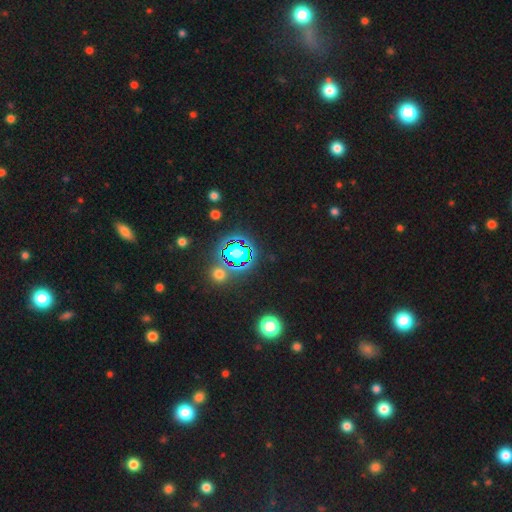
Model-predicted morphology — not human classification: A star or artifact, not a galaxy (80%).

Vote fractions:
- Smooth or featured? star or artifact: 80% / smooth: 13% / featured or disk: 7%